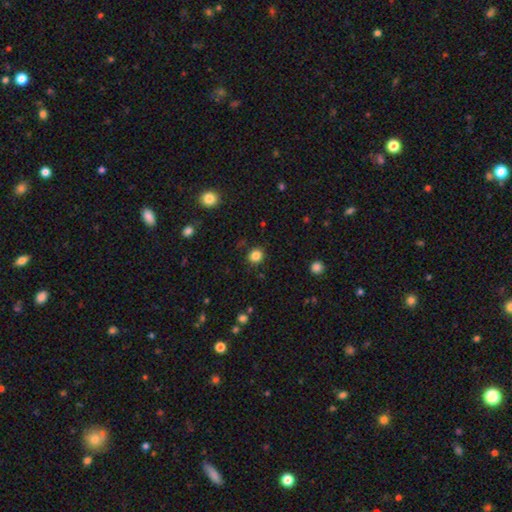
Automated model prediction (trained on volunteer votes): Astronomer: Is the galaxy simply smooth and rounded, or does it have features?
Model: smooth — 85%.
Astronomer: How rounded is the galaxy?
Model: round — 86%.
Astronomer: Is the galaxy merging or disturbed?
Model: none — 90%.